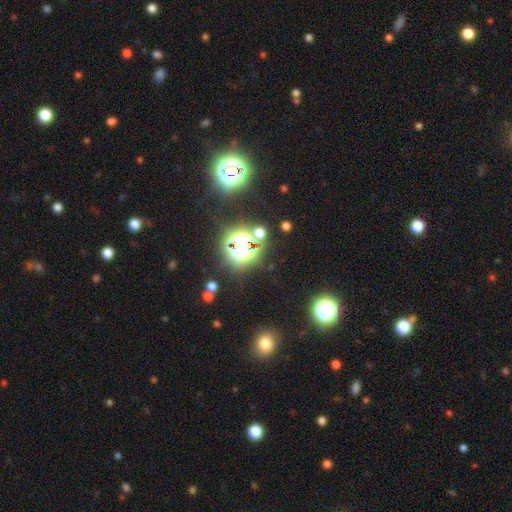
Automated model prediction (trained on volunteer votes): star or artifact 76%, smooth 17%, featured or disk 7%.